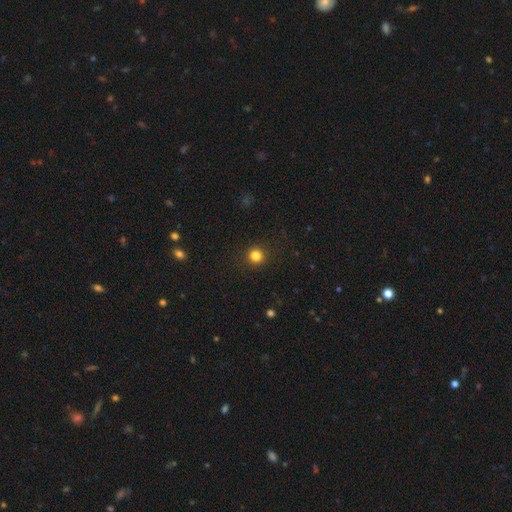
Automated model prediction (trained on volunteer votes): smooth-or-featured: smooth: 83% | star or artifact: 13% | featured or disk: 4%
  how-rounded: round: 93% | in between: 7% | cigar-shaped: 1%
  merging: none: 90% | minor disturbance: 6% | major disturbance: 2% | merger: 1%